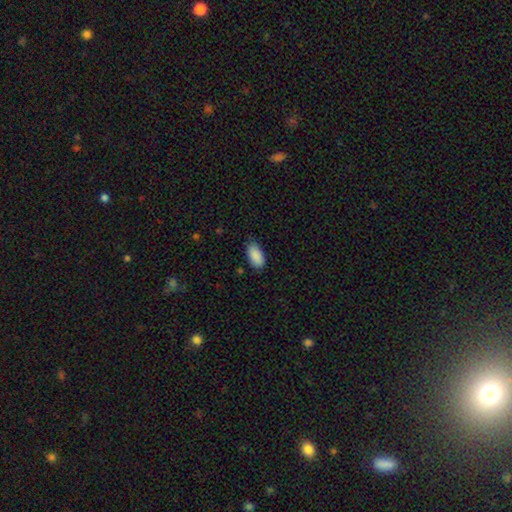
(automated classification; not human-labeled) smooth-or-featured: smooth: 90% | star or artifact: 6% | featured or disk: 3%
  how-rounded: in between: 94% | cigar-shaped: 3% | round: 2%
  merging: none: 84% | minor disturbance: 12% | major disturbance: 2% | merger: 1%